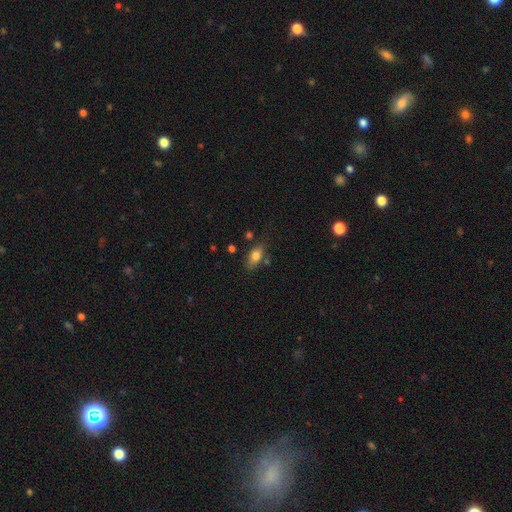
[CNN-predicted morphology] Overall: smooth (77%). How rounded: in between (85%). Merging: none (70%).